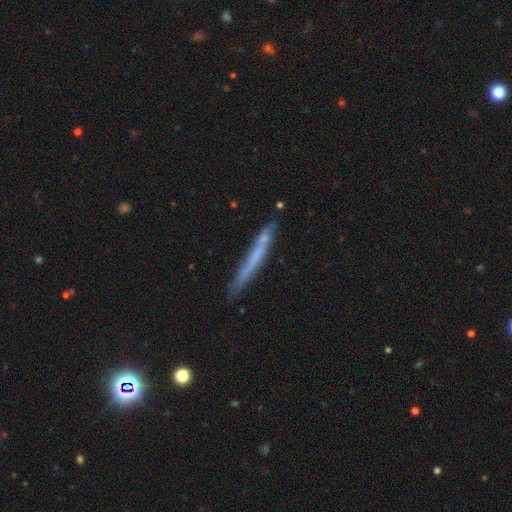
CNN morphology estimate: The model was most divided on "smooth or featured": smooth: 48%, featured or disk: 45%, star or artifact: 8%. More confident: merging — none (77%).